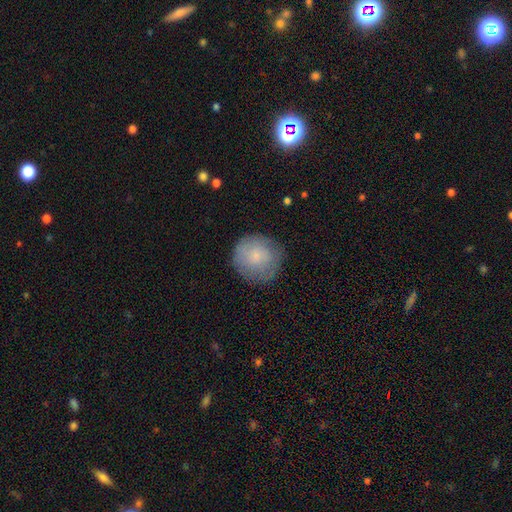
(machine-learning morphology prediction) Q: Smooth or featured?
A: smooth (75%); runner-up: featured or disk (18%)
Q: How rounded?
A: round (92%); runner-up: in between (7%)
Q: Merging?
A: none (78%); runner-up: minor disturbance (16%)